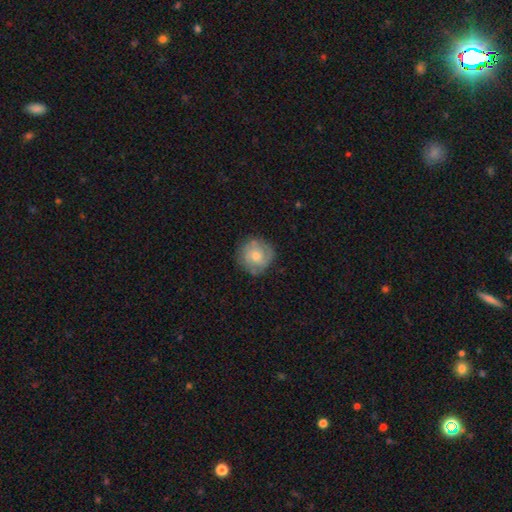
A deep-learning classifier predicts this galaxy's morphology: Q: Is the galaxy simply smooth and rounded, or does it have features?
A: smooth — 49%.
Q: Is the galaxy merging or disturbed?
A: none — 79%.